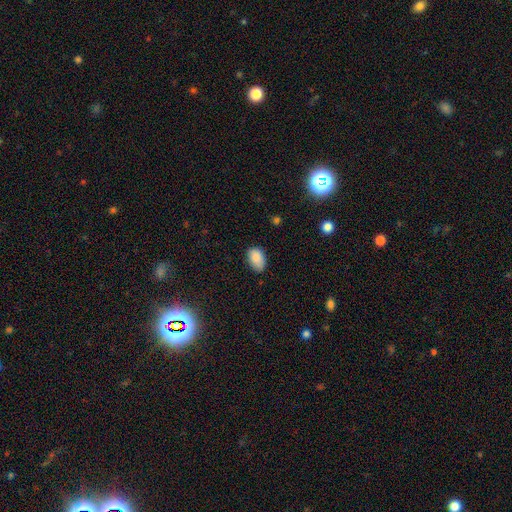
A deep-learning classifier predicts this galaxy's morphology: This is clearly a smooth galaxy (87%). How rounded: clearly in between (90%). Merging: likely none (73%).